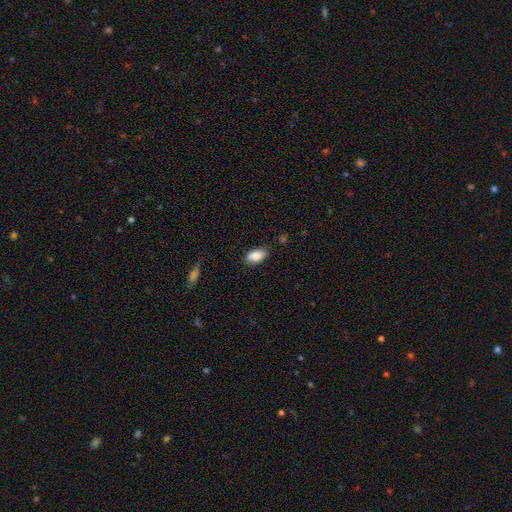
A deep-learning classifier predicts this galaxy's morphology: Smooth or featured? smooth (87%)
How rounded? in between (93%)
Merging? none (79%)